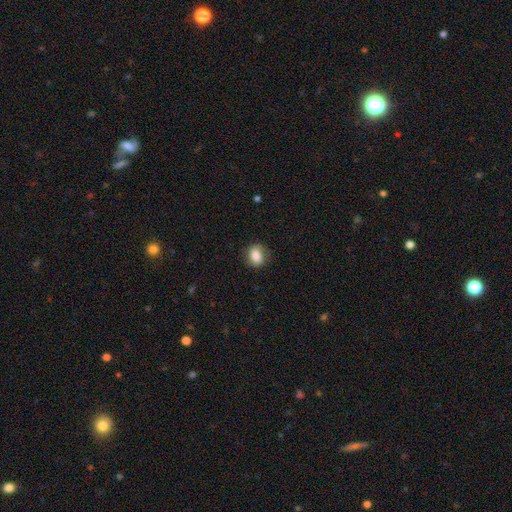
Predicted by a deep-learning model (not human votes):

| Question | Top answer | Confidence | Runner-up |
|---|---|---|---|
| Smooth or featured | smooth | 81% | featured or disk (10%) |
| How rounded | in between | 53% | round (46%) |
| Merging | none | 78% | minor disturbance (16%) |